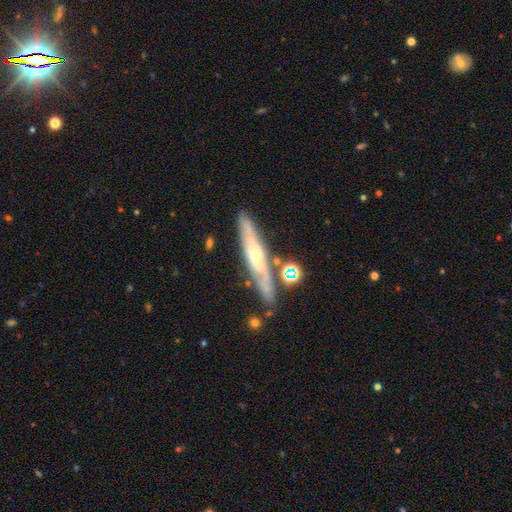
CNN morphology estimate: Q: Smooth or featured?
A: featured or disk (70%); runner-up: smooth (22%)
Q: Edge-on disk?
A: yes (72%); runner-up: no (28%)
Q: Edge-on bulge?
A: rounded (67%); runner-up: none (27%)
Q: Merging?
A: none (75%); runner-up: minor disturbance (14%)